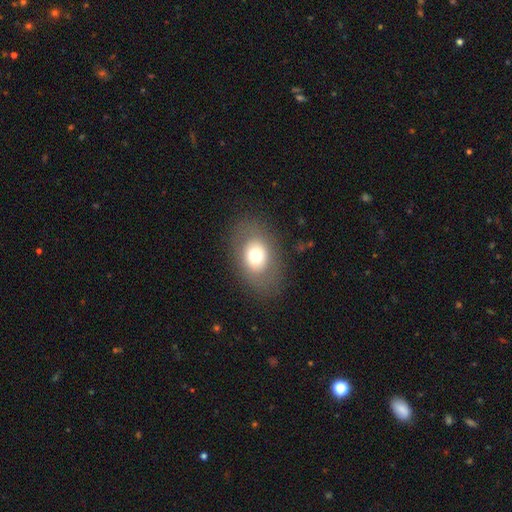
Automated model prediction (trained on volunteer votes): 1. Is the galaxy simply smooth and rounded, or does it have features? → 66% smooth, 24% featured or disk, 10% star or artifact.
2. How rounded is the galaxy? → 70% in between, 29% round, 1% cigar-shaped.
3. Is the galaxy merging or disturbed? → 82% none, 10% minor disturbance, 6% major disturbance, 1% merger.